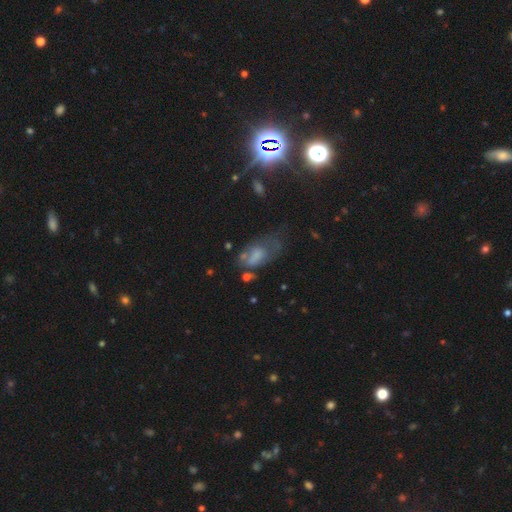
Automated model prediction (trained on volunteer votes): smooth 51%, featured or disk 35%, star or artifact 14%. Down the decision tree: how rounded — in between (87%); merging — major disturbance (35%).